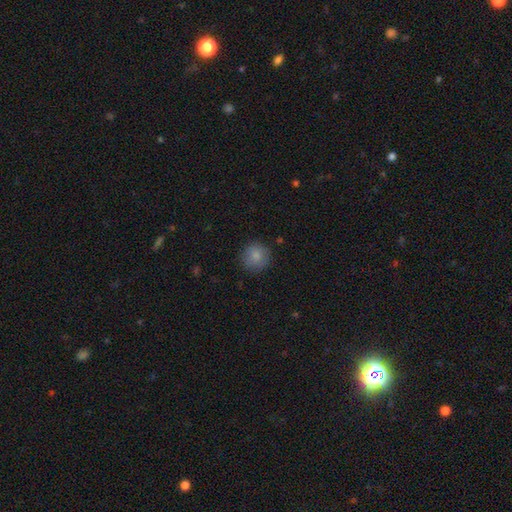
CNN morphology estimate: A smooth galaxy with no disk features (84%) that is round (93%). Merging: none (85%).